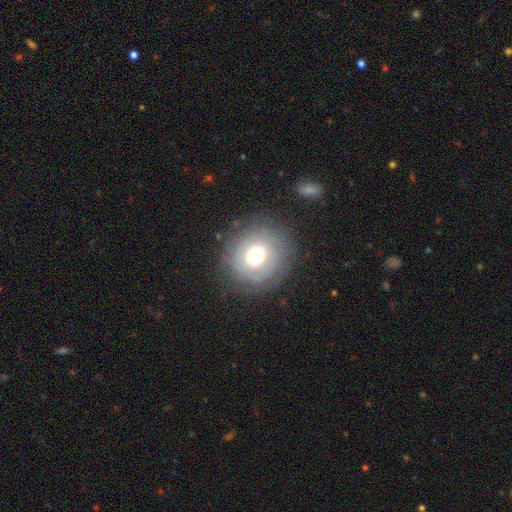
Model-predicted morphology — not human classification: Smooth or featured? featured or disk (45%, tied with smooth)
Merging? none (79%)